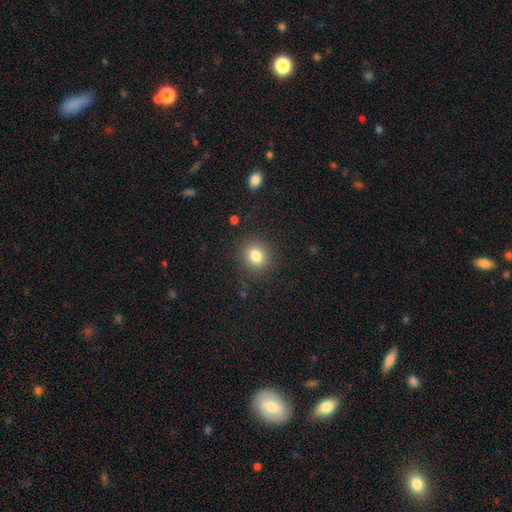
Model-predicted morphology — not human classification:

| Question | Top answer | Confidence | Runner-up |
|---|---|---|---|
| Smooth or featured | smooth | 82% | star or artifact (11%) |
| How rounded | round | 68% | in between (31%) |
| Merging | none | 87% | minor disturbance (9%) |